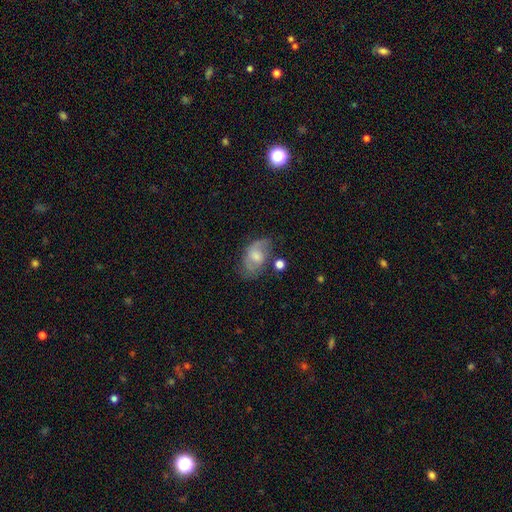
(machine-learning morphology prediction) Smooth or featured: featured or disk — 46% (tied with smooth — 46%)
Merging: none — 50% (minor disturbance — 27%)